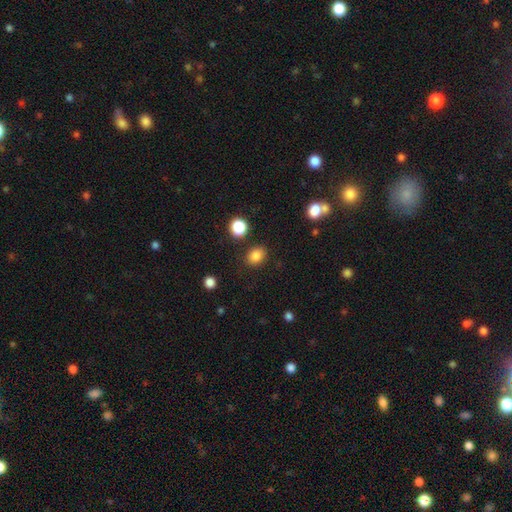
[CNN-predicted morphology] A smooth galaxy with no disk features (84%) that is in between round and cigar-shaped (52%). Merging: none (84%).